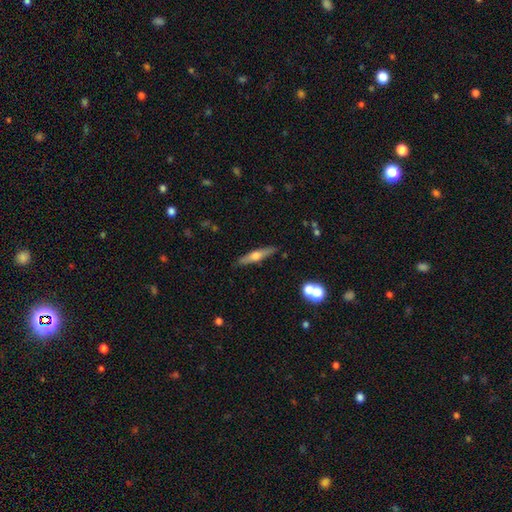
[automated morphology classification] Smooth or featured? Predicted: featured or disk (p=0.55). Edge-on disk? Predicted: yes (p=0.94). Edge-on bulge? Predicted: rounded (p=0.91). Merging? Predicted: none (p=0.88).